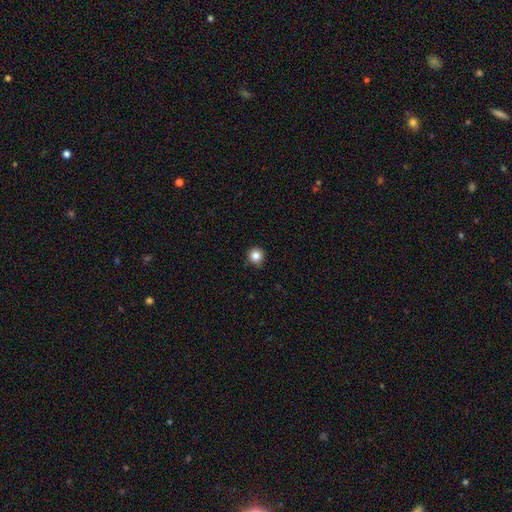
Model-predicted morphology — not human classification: A smooth galaxy with no disk features (84%) that is round (95%).

Vote fractions:
- Smooth or featured? smooth: 84% / star or artifact: 11% / featured or disk: 5%
- How rounded? round: 95% / in between: 4% / cigar-shaped: 1%
- Merging? none: 90% / minor disturbance: 8% / major disturbance: 2% / merger: 1%